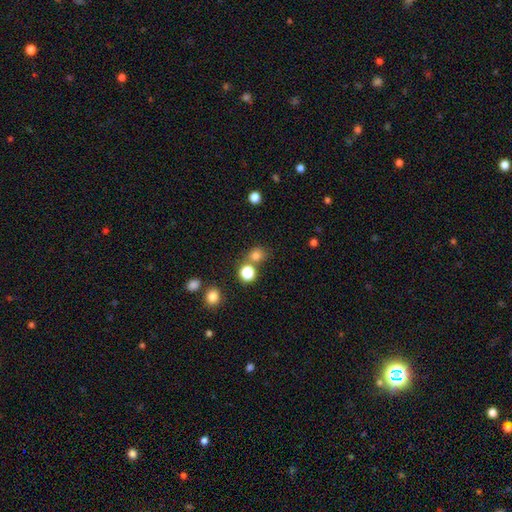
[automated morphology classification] This appears to be a smooth galaxy with no disk features (77%) that is round (78%). Merging: none (64%).